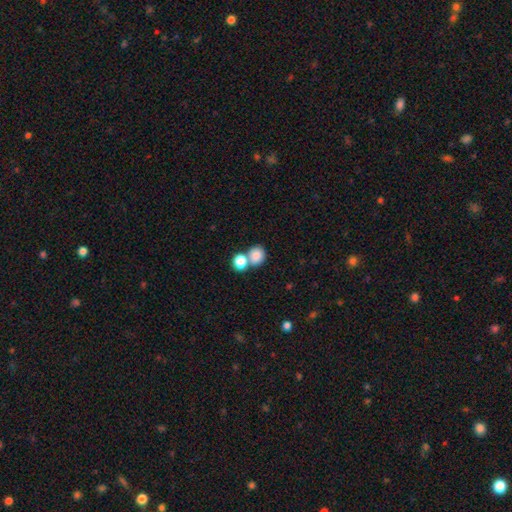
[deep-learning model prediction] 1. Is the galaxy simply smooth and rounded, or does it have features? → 82% smooth, 10% star or artifact, 7% featured or disk.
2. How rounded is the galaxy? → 72% round, 27% in between, 1% cigar-shaped.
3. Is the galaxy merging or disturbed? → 46% none, 44% merger, 7% minor disturbance, 3% major disturbance.